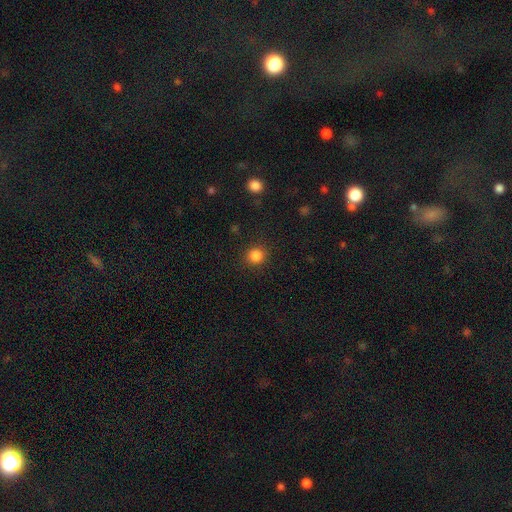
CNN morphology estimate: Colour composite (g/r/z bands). It shows a smooth galaxy with no disk features (85%) that is round (92%). Merging: none (90%).